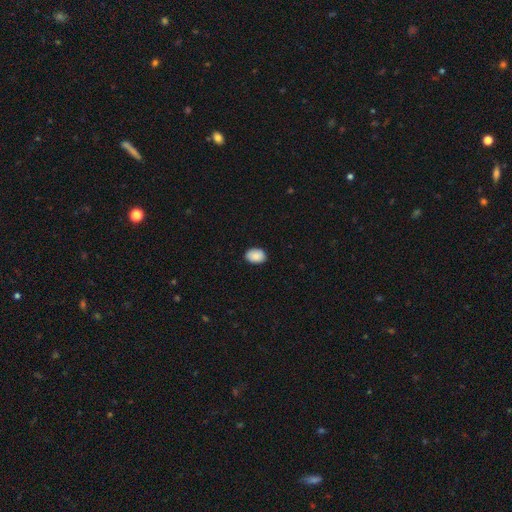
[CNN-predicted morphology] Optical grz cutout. It shows a smooth galaxy with no disk features (88%) that is in between round and cigar-shaped (79%). Merging: none (87%).